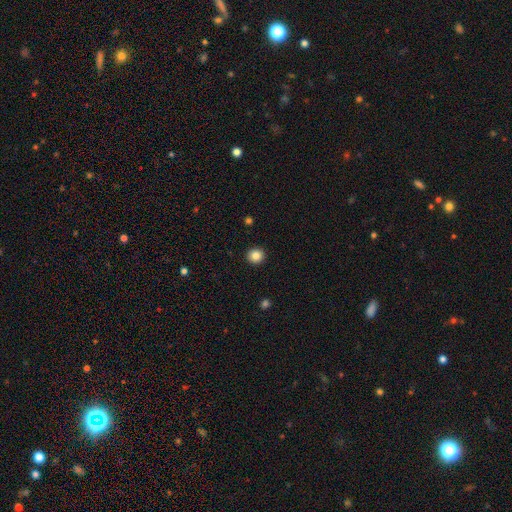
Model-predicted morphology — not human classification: This appears to be a smooth galaxy with no disk features (85%) that is round (92%). Merging: none (93%).